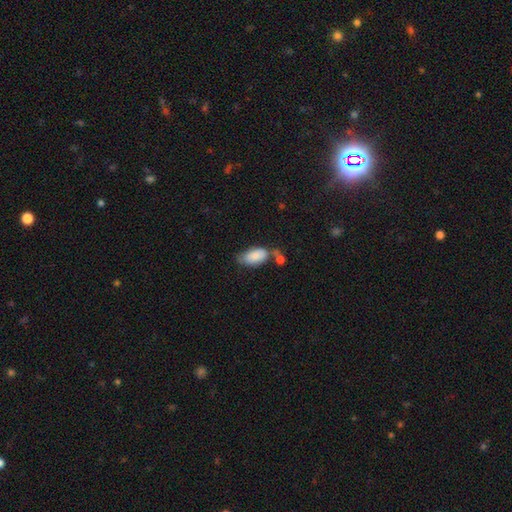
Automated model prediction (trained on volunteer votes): Smooth or featured? Predicted: smooth (p=0.84). How rounded? Predicted: in between (p=0.94). Merging? Predicted: none (p=0.43).